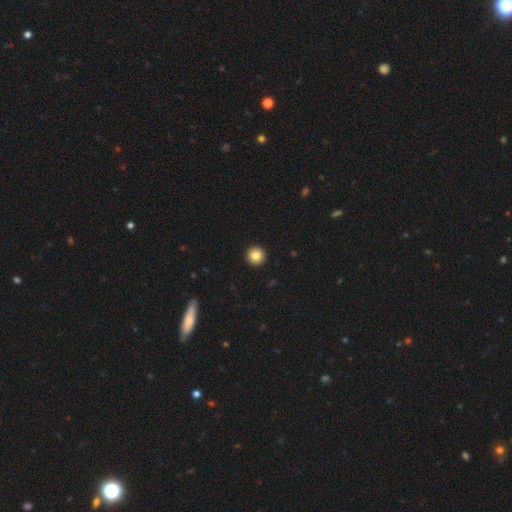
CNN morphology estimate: Smooth or featured? smooth (84%)
How rounded? round (97%)
Merging? none (94%)